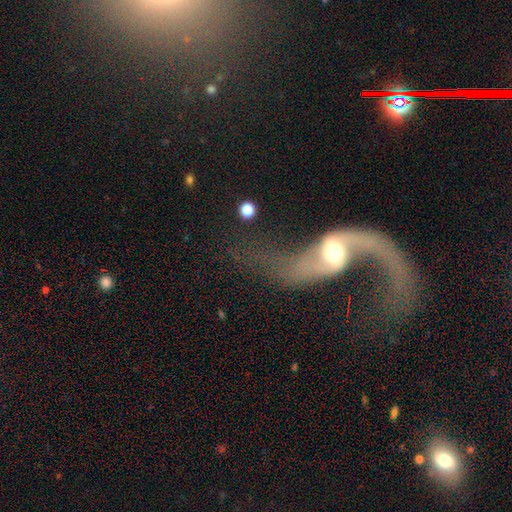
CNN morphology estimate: Smooth or featured? Predicted: featured or disk (p=0.87). Edge-on disk? Predicted: no (p=0.95). Bar? Predicted: no (p=0.49). Spiral arms? Predicted: yes (p=0.93). Spiral winding? Predicted: loose (p=0.90). Spiral arm count? Predicted: 2 (p=0.89). Bulge size? Predicted: moderate (p=0.54). Merging? Predicted: none (p=0.44).